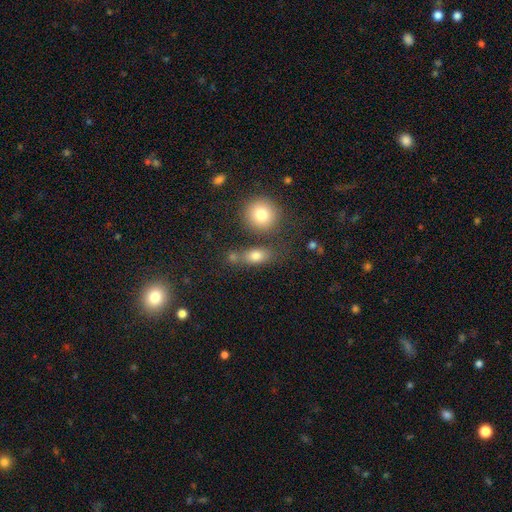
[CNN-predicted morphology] A smooth galaxy with no disk features (78%) that is in between round and cigar-shaped (67%). Merging: none (60%).